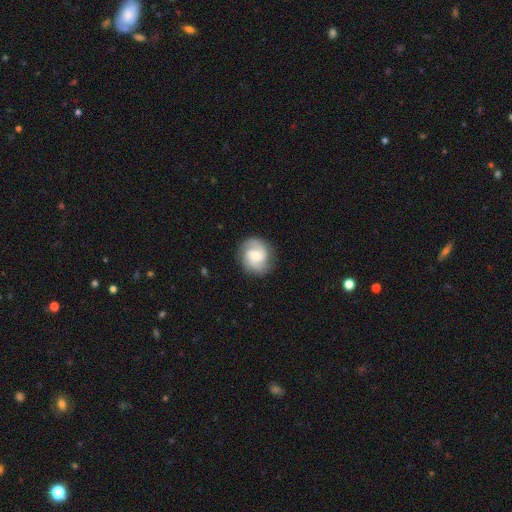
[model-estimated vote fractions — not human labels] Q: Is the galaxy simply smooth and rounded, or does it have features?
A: featured or disk — 73%.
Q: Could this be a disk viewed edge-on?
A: no — 98%.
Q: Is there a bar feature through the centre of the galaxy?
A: no — 46%.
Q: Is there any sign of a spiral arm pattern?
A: yes — 95%.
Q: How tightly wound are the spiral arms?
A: medium — 47%.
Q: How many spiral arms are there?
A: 2 — 71%.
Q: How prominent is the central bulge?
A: small — 46%.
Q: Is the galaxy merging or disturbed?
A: none — 83%.